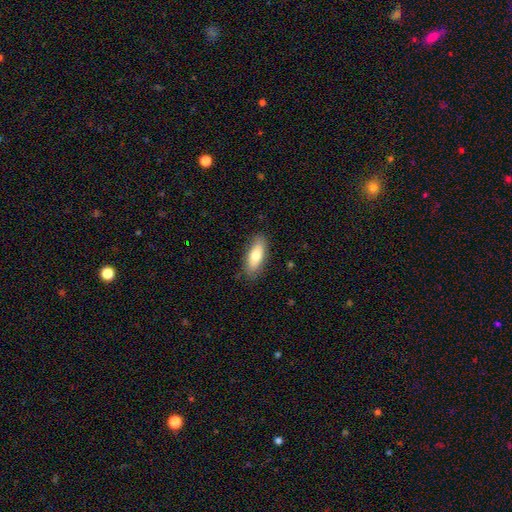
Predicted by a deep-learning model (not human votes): A smooth galaxy with no disk features (75%) that is in between round and cigar-shaped (72%).

Vote fractions:
- Smooth or featured? smooth: 75% / featured or disk: 19% / star or artifact: 6%
- How rounded? in between: 72% / cigar-shaped: 26% / round: 2%
- Merging? none: 85% / minor disturbance: 12% / major disturbance: 3% / merger: 1%